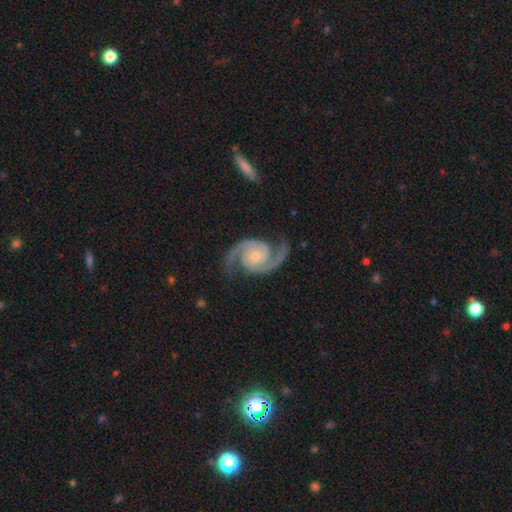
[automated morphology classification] Q: Smooth or featured?
A: featured or disk (94%); runner-up: star or artifact (4%)
Q: Edge-on disk?
A: no (98%); runner-up: yes (2%)
Q: Bar?
A: no (73%); runner-up: weak (20%)
Q: Spiral arms?
A: yes (99%); runner-up: no (1%)
Q: Spiral winding?
A: medium (59%); runner-up: tight (27%)
Q: Spiral arm count?
A: 2 (95%); runner-up: 3 (1%)
Q: Bulge size?
A: small (64%); runner-up: moderate (29%)
Q: Merging?
A: none (83%); runner-up: minor disturbance (12%)